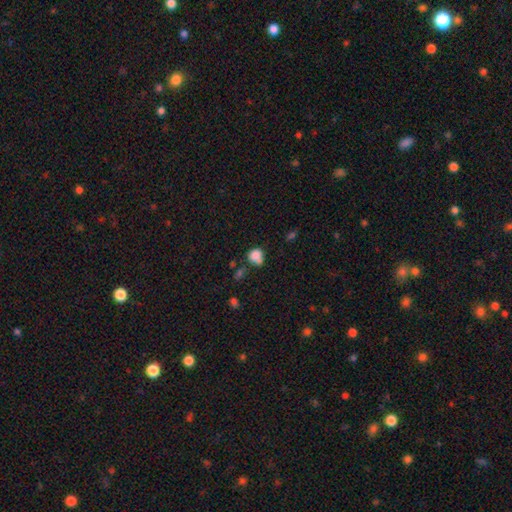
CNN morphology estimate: Smooth or featured? Predicted: smooth (p=0.82). How rounded? Predicted: round (p=0.64). Merging? Predicted: none (p=0.44).